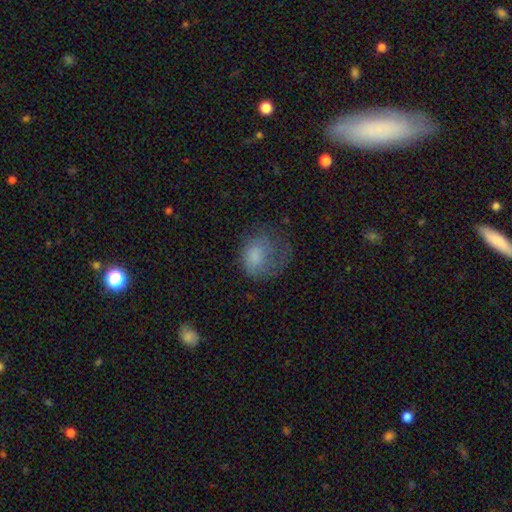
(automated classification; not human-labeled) Smooth or featured? smooth (66%)
How rounded? round (52%)
Merging? major disturbance (43%)